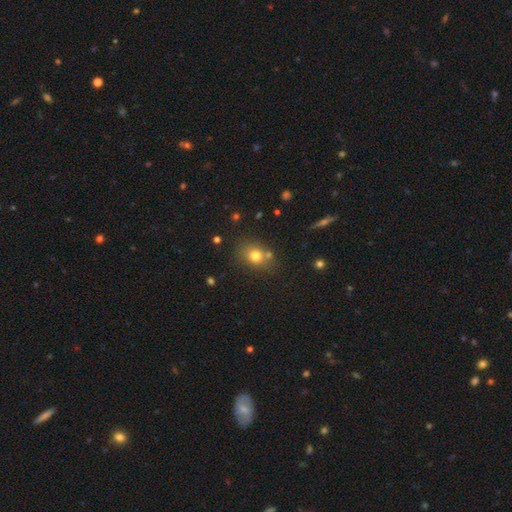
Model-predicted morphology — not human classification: smooth-or-featured: smooth: 76% | star or artifact: 14% | featured or disk: 10%
  how-rounded: round: 58% | in between: 41% | cigar-shaped: 1%
  merging: none: 70% | minor disturbance: 13% | merger: 12% | major disturbance: 4%